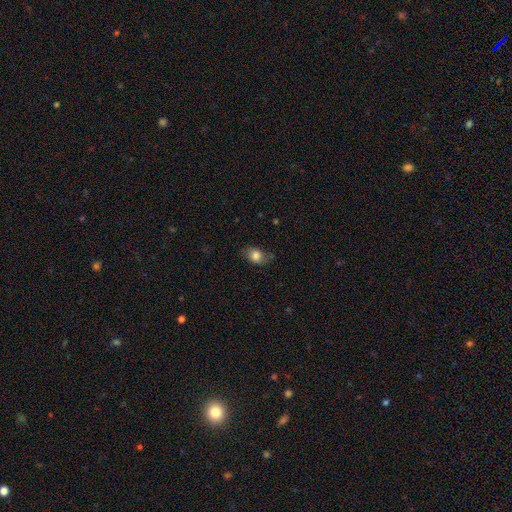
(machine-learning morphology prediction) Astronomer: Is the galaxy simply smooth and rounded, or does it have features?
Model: smooth — 82%.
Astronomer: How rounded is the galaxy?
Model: in between — 69%.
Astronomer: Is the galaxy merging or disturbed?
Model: none — 69%.